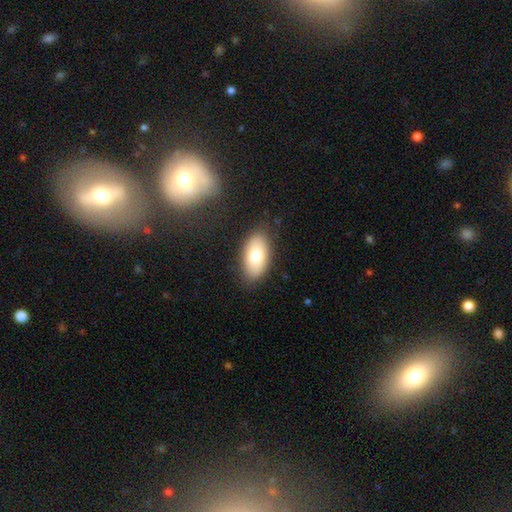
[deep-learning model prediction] smooth_or_featured: smooth (p=0.77) [alt: featured or disk p=0.16]
how_rounded: in between (p=0.94) [alt: round p=0.03]
merging: none (p=0.84) [alt: minor disturbance p=0.11]